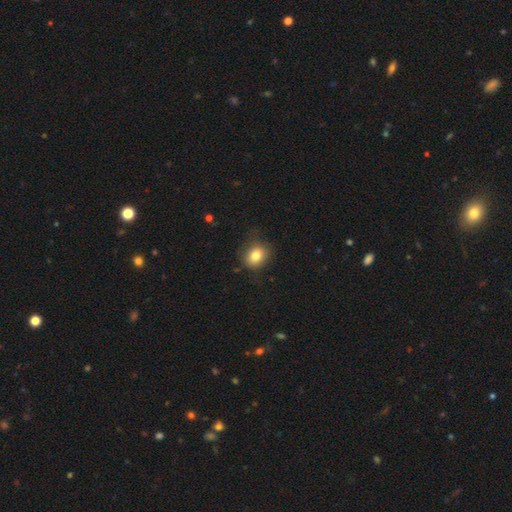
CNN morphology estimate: Smooth or featured: smooth — 81% (star or artifact — 10%)
How rounded: round — 59% (in between — 40%)
Merging: none — 72% (minor disturbance — 20%)